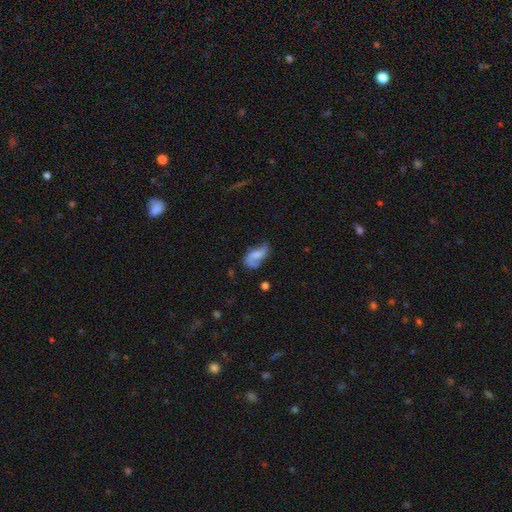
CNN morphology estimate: Smooth or featured? Predicted: featured or disk (p=0.62). Edge-on disk? Predicted: no (p=0.96). Bar? Predicted: no (p=0.56). Spiral arms? Predicted: yes (p=0.86). Spiral winding? Predicted: loose (p=0.61). Spiral arm count? Predicted: 2 (p=0.74). Bulge size? Predicted: none (p=0.31). Merging? Predicted: none (p=0.46).